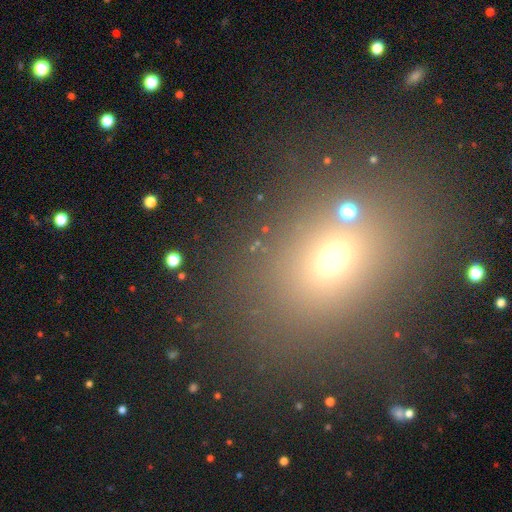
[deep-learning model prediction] Q: Smooth or featured?
A: smooth (53%); runner-up: star or artifact (38%)
Q: How rounded?
A: in between (52%); runner-up: round (45%)
Q: Merging?
A: none (78%); runner-up: minor disturbance (9%)